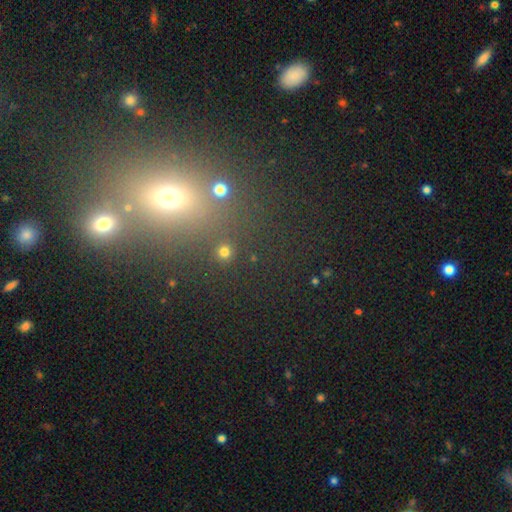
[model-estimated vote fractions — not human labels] Overall: smooth (44%; star or artifact 42%). Merging: none (68%).